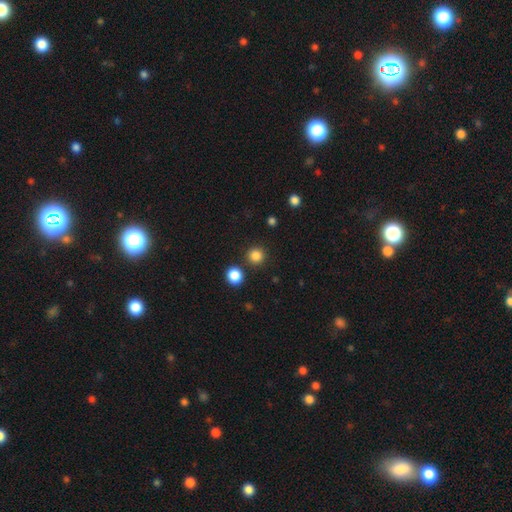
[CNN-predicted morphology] Smooth or featured? smooth (84%)
How rounded? round (94%)
Merging? none (88%)